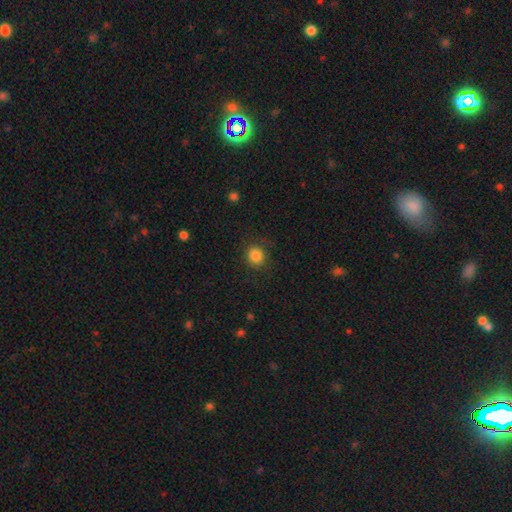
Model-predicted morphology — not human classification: Smooth or featured: smooth — 85% (star or artifact — 11%)
How rounded: round — 88% (in between — 12%)
Merging: none — 84% (minor disturbance — 11%)